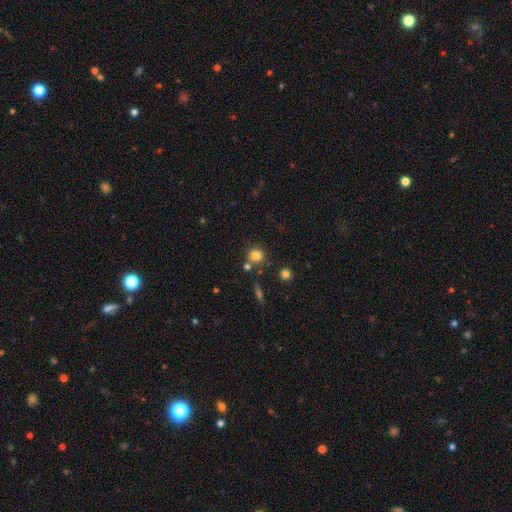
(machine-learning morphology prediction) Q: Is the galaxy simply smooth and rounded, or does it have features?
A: smooth — 80%.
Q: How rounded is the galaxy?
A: round — 86%.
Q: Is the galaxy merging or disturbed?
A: none — 74%.